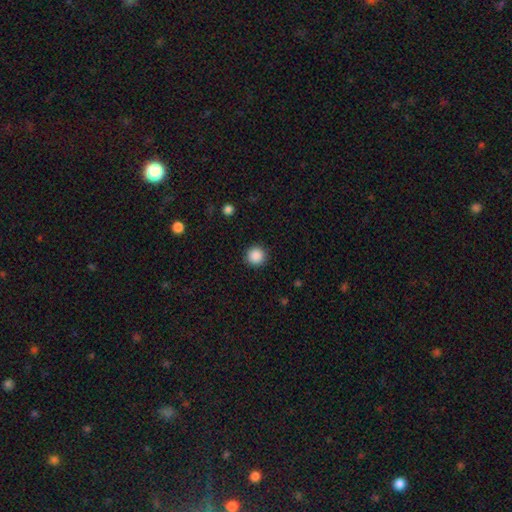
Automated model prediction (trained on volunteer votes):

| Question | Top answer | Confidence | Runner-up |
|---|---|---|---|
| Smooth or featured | smooth | 88% | star or artifact (9%) |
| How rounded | round | 95% | in between (4%) |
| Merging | none | 92% | minor disturbance (5%) |